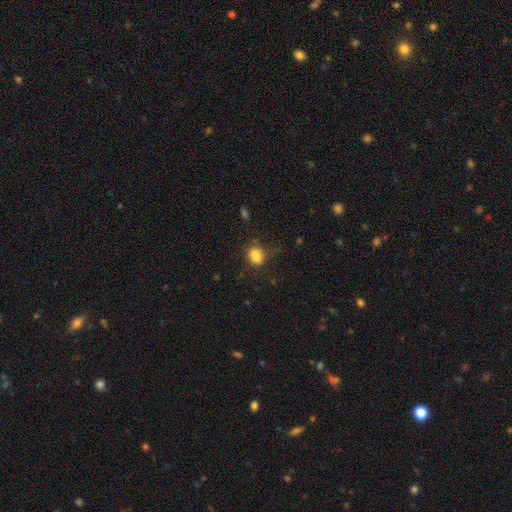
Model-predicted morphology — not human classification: Q: Smooth or featured?
A: smooth (83%); runner-up: star or artifact (11%)
Q: How rounded?
A: in between (69%); runner-up: round (29%)
Q: Merging?
A: none (61%); runner-up: minor disturbance (24%)